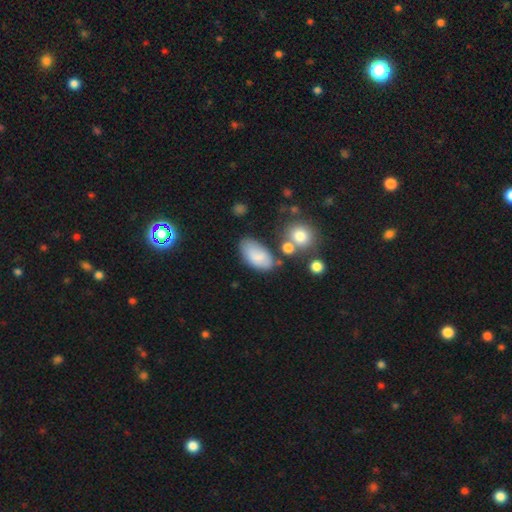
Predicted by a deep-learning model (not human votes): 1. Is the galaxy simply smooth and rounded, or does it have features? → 80% smooth, 12% featured or disk, 8% star or artifact.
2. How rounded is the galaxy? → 94% in between, 4% round, 2% cigar-shaped.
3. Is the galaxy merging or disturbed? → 62% none, 21% minor disturbance, 9% merger, 7% major disturbance.